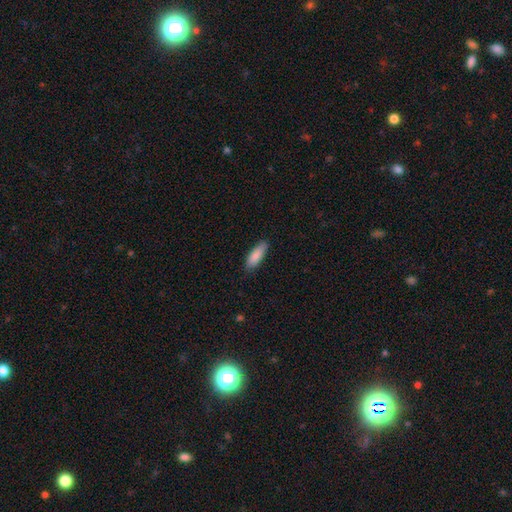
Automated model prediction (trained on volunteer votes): Smooth or featured? smooth (86%)
How rounded? in between (56%)
Merging? none (84%)